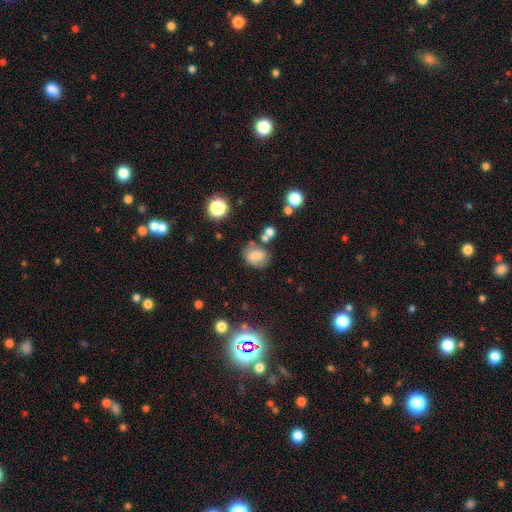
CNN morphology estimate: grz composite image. It shows a smooth galaxy with no disk features (71%) that is in between round and cigar-shaped (61%). Merging: none (62%).